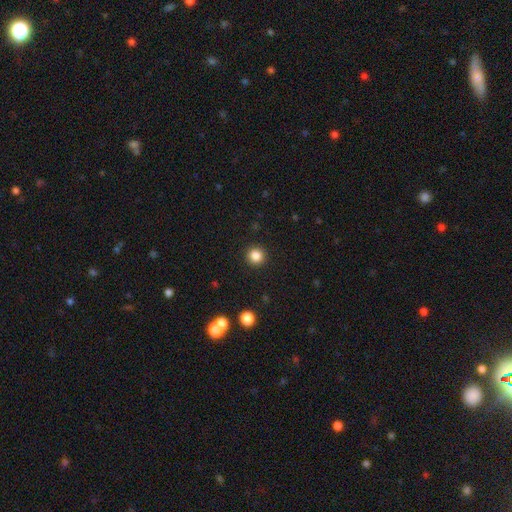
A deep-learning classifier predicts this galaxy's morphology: smooth-or-featured: smooth: 85% | star or artifact: 11% | featured or disk: 4%
  how-rounded: round: 95% | in between: 4% | cigar-shaped: 1%
  merging: none: 93% | minor disturbance: 4% | major disturbance: 2% | merger: 1%